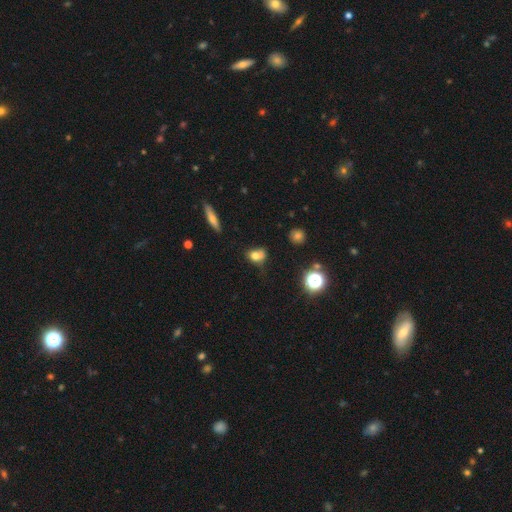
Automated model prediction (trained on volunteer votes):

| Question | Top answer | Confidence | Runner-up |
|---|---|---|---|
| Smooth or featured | smooth | 70% | star or artifact (15%) |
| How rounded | in between | 58% | round (39%) |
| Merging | none | 40% | minor disturbance (30%) |